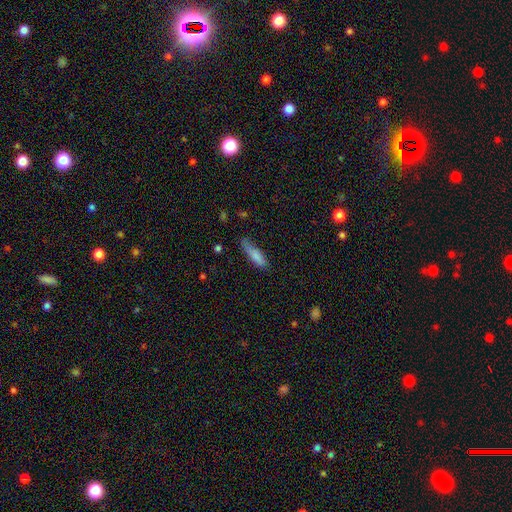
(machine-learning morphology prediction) Smooth or featured? Predicted: smooth (p=0.82). How rounded? Predicted: cigar-shaped (p=0.64). Merging? Predicted: none (p=0.57).